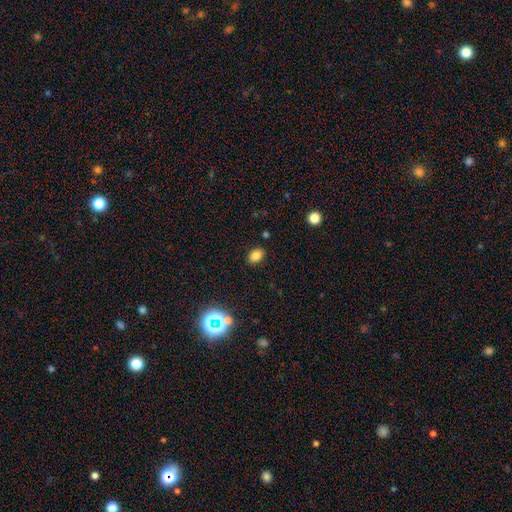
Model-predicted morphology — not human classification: smooth_or_featured: smooth (p=0.81) [alt: star or artifact p=0.13]
how_rounded: in between (p=0.76) [alt: round p=0.22]
merging: none (p=0.87) [alt: minor disturbance p=0.09]